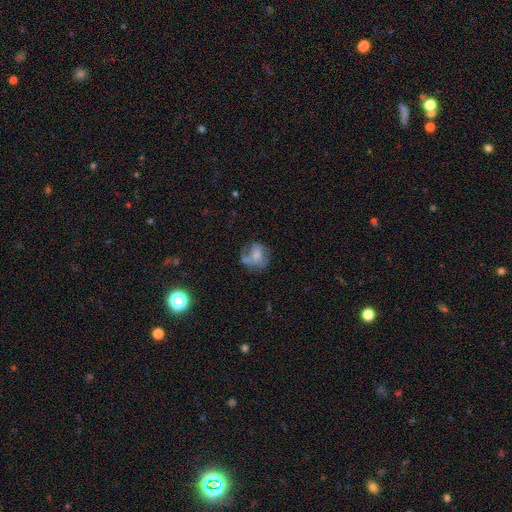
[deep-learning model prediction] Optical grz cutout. It shows a smooth galaxy with no disk features (51%) that is round (60%). Merging: none (40%).